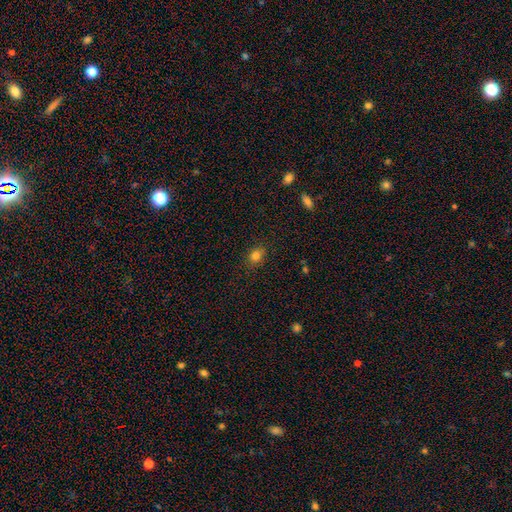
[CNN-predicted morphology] A smooth galaxy with no disk features (82%) that is round (56%).

Vote fractions:
- Smooth or featured? smooth: 82% / star or artifact: 13% / featured or disk: 5%
- How rounded? round: 56% / in between: 43% / cigar-shaped: 1%
- Merging? none: 85% / minor disturbance: 11% / major disturbance: 3% / merger: 1%